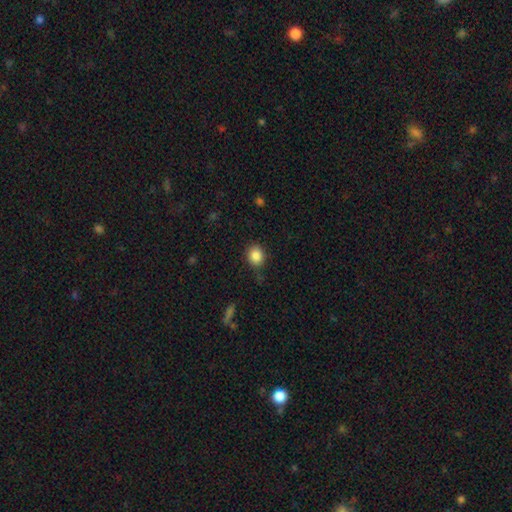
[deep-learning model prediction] Q: Smooth or featured?
A: smooth (86%); runner-up: star or artifact (9%)
Q: How rounded?
A: round (69%); runner-up: in between (30%)
Q: Merging?
A: none (82%); runner-up: minor disturbance (13%)